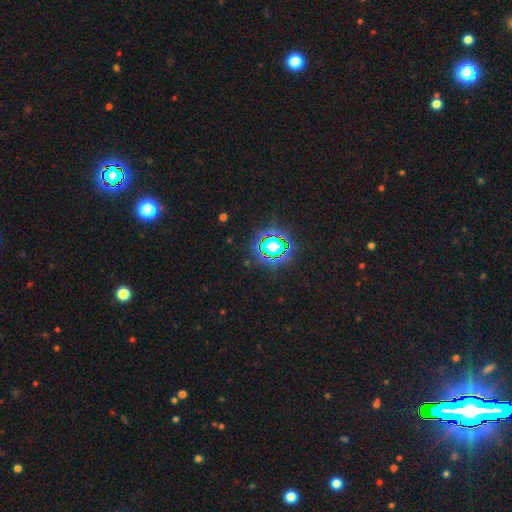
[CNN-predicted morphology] Smooth or featured: star or artifact — 79% (smooth — 14%)